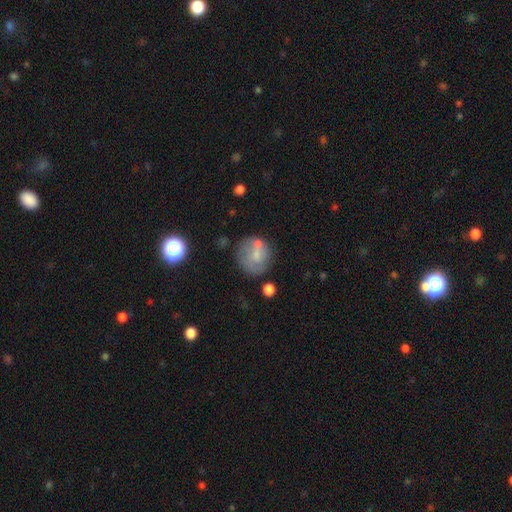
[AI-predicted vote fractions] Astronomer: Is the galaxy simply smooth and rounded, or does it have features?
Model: smooth — 64%.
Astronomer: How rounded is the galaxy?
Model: round — 86%.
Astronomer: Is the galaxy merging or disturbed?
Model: none — 56%.